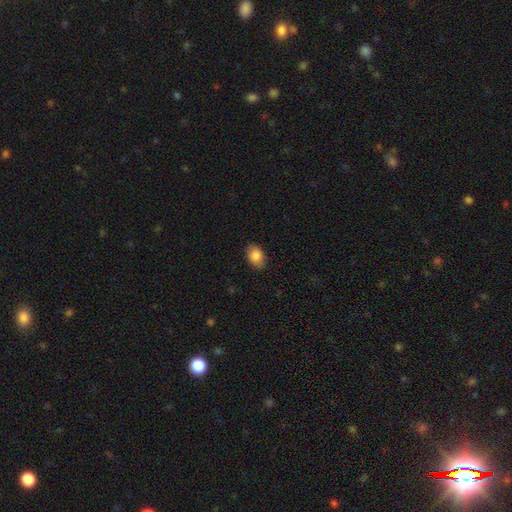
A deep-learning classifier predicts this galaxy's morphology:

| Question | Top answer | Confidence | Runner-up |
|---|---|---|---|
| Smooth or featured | smooth | 86% | star or artifact (8%) |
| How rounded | in between | 82% | round (17%) |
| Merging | none | 82% | minor disturbance (14%) |